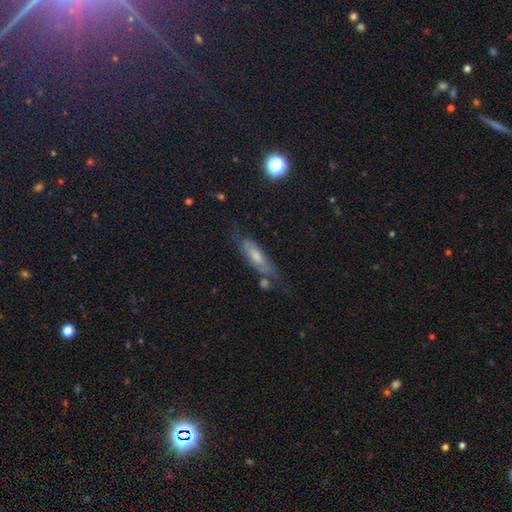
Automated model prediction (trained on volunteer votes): smooth_or_featured: featured or disk (p=0.47) [alt: smooth p=0.40]
merging: none (p=0.62) [alt: minor disturbance p=0.22]